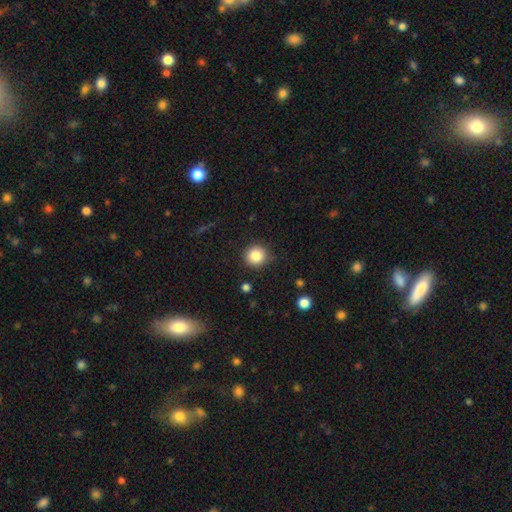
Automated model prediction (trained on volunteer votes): Q: Smooth or featured?
A: smooth (84%); runner-up: star or artifact (10%)
Q: How rounded?
A: round (94%); runner-up: in between (6%)
Q: Merging?
A: none (86%); runner-up: minor disturbance (10%)